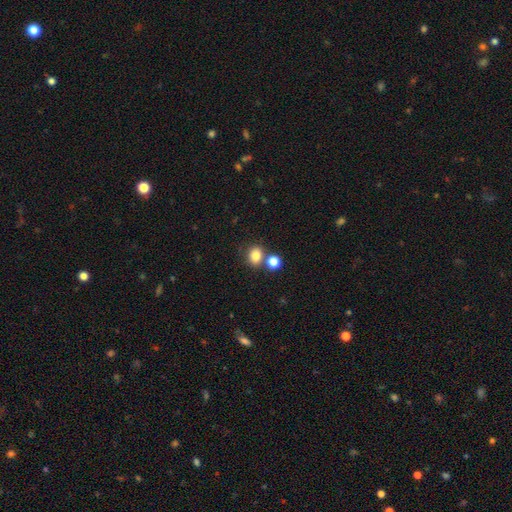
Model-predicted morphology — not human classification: A smooth galaxy with no disk features (82%) that is round (63%). Merging: none (63%).